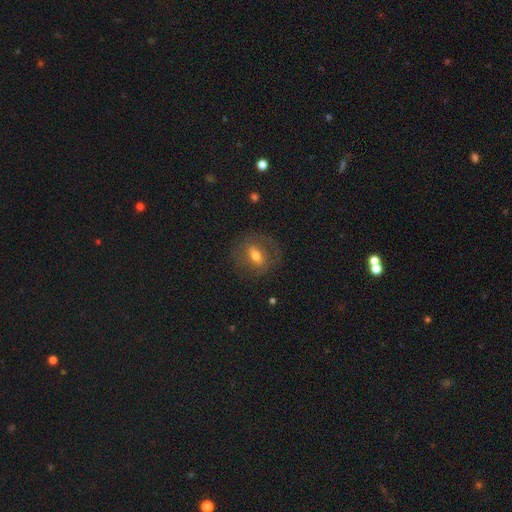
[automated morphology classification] Q: Smooth or featured?
A: featured or disk (46%); runner-up: smooth (45%)
Q: Merging?
A: none (74%); runner-up: minor disturbance (15%)